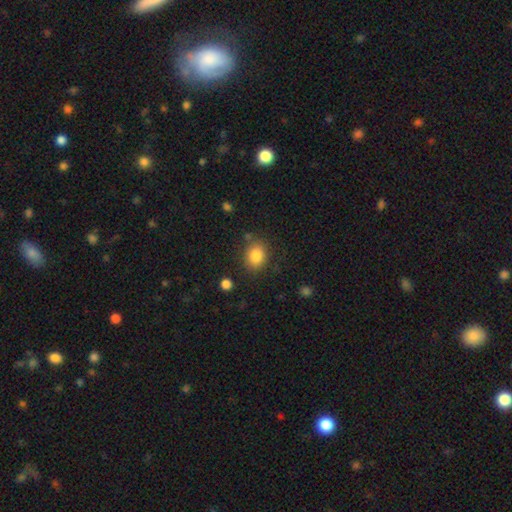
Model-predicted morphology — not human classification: type=smooth (85%); roundness=round (51%); merging=none (79%).